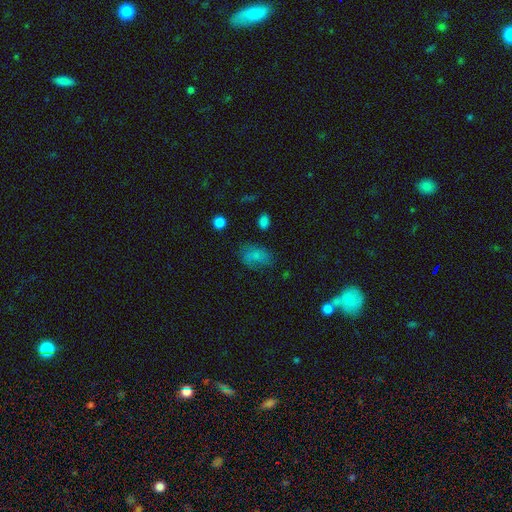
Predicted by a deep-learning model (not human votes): Q: Smooth or featured?
A: smooth (70%); runner-up: featured or disk (17%)
Q: How rounded?
A: in between (85%); runner-up: round (13%)
Q: Merging?
A: none (54%); runner-up: minor disturbance (27%)